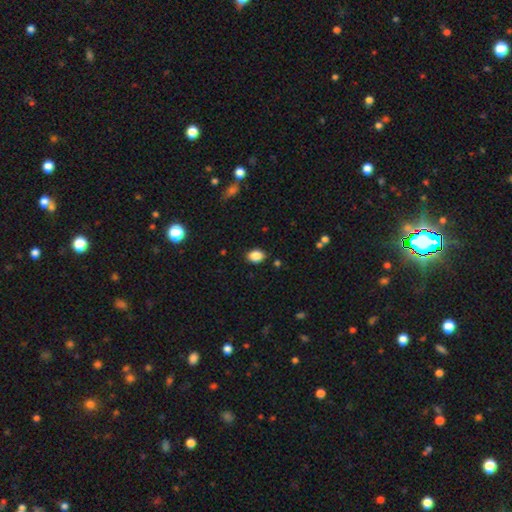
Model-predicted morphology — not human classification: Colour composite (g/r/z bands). It shows a smooth galaxy with no disk features (86%) that is in between round and cigar-shaped (70%). Merging: none (87%).